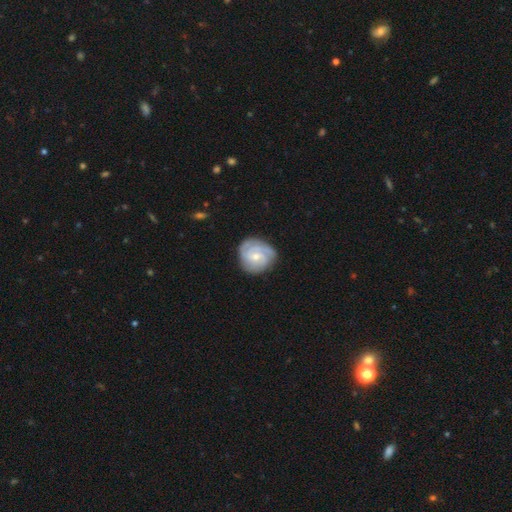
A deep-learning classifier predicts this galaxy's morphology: smooth-or-featured: featured or disk: 79% | smooth: 16% | star or artifact: 5%
  disk-edge-on: no: 98% | yes: 2%
    bar: no: 63% | weak: 33% | strong: 4%
    has-spiral-arms: yes: 96% | no: 4%
      spiral-winding: tight: 68% | medium: 27% | loose: 5%
      spiral-arm-count: 3: 40% | can't tell: 20% | 4: 17% | 2: 13% | 1: 5% | more than 4: 5%
    bulge-size: small: 58% | moderate: 38% | none: 2% | large: 1% | dominant: 1%
  merging: none: 77% | minor disturbance: 17% | major disturbance: 5% | merger: 1%